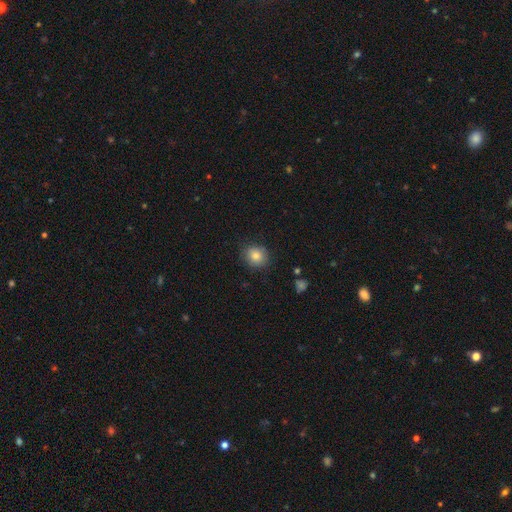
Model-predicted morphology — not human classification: This is likely a smooth galaxy (80%). How rounded: likely round (78%). Merging: clearly none (84%).